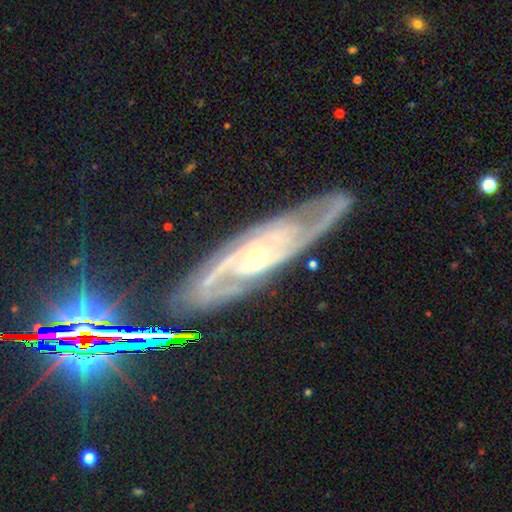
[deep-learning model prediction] smooth_or_featured: featured or disk (p=0.89) [alt: star or artifact p=0.06]
disk_edge_on: no (p=0.87) [alt: yes p=0.13]
bar: no (p=0.54) [alt: weak p=0.31]
has_spiral_arms: yes (p=0.97) [alt: no p=0.03]
spiral_winding: medium (p=0.45) [alt: tight p=0.43]
spiral_arm_count: 2 (p=0.71) [alt: can't tell p=0.10]
bulge_size: small (p=0.72) [alt: moderate p=0.24]
merging: none (p=0.75) [alt: minor disturbance p=0.16]